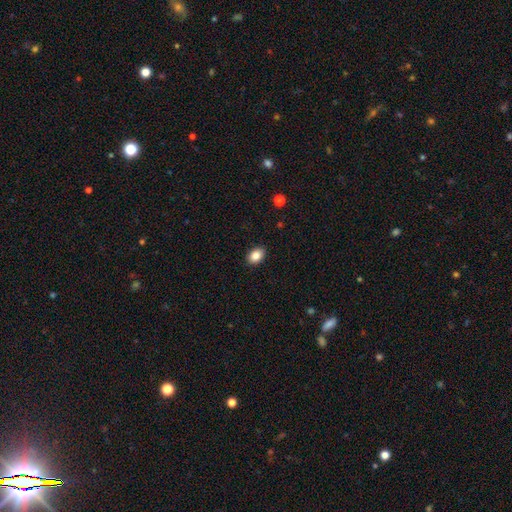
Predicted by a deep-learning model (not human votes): This is clearly a smooth galaxy (87%). How rounded: likely in between (79%). Merging: clearly none (89%).